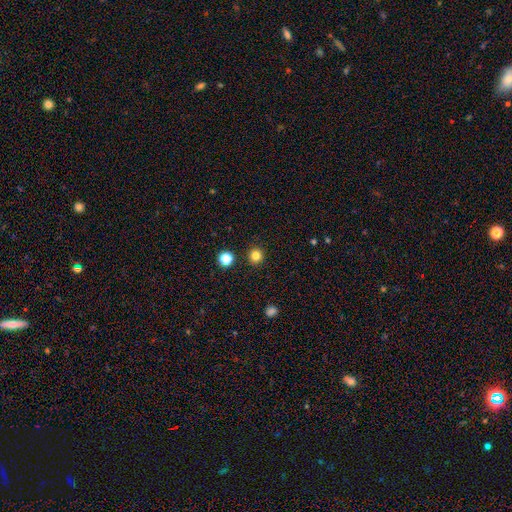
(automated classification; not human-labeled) Smooth or featured?
  - smooth: 82% *
  - star or artifact: 13%
  - featured or disk: 5%
How rounded?
  - round: 93% *
  - in between: 6%
  - cigar-shaped: 1%
Merging?
  - none: 92% *
  - minor disturbance: 5%
  - merger: 2%
  - major disturbance: 2%